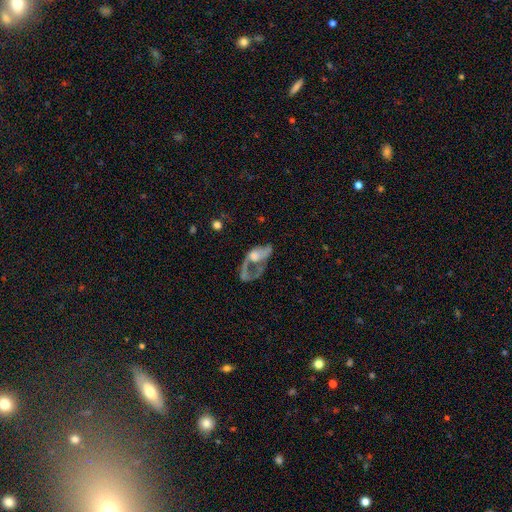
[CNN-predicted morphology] Smooth or featured?
  - featured or disk: 61% *
  - smooth: 29%
  - star or artifact: 10%
Edge-on disk?
  - no: 92% *
  - yes: 8%
Bar?
  - no: 82% *
  - weak: 14%
  - strong: 4%
Spiral arms?
  - no: 61% *
  - yes: 39%
Bulge size?
  - moderate: 35% *
  - large: 23%
  - none: 21%
  - small: 17%
  - dominant: 4%
Merging?
  - major disturbance: 58% *
  - none: 18%
  - merger: 12%
  - minor disturbance: 11%